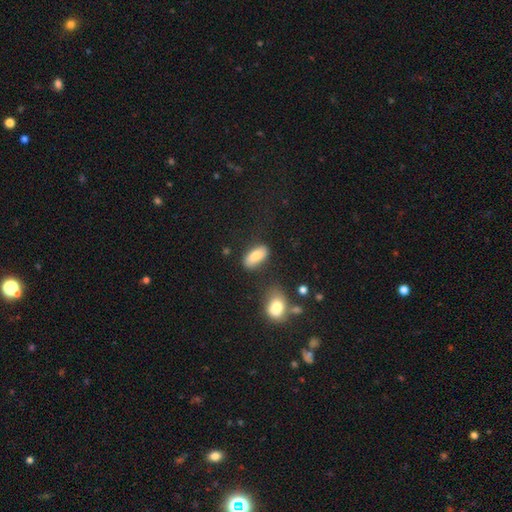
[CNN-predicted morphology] Overall: smooth (80%). How rounded: in between (86%). Merging: none (75%).